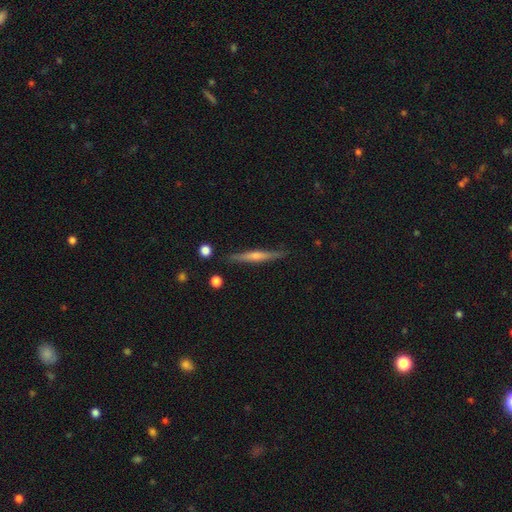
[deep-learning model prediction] This is likely a featured or disk galaxy (71%). It is clearly viewed edge-on (97%). Edge-on bulge: likely rounded (78%). Merging: clearly none (86%).